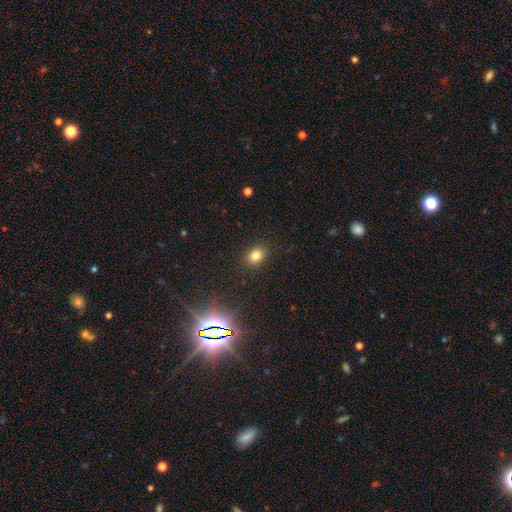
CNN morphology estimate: smooth_or_featured: smooth (p=0.79) [alt: star or artifact p=0.14]
how_rounded: in between (p=0.64) [alt: round p=0.35]
merging: none (p=0.88) [alt: minor disturbance p=0.08]